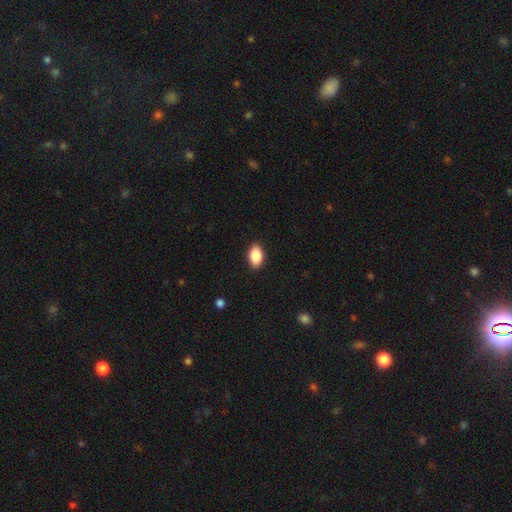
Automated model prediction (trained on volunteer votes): smooth 88%, star or artifact 7%, featured or disk 6%. Down the decision tree: how rounded — in between (92%); merging — none (89%).